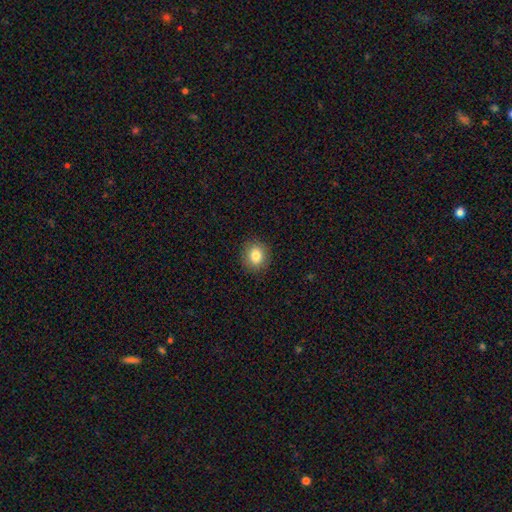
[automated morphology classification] smooth 82%, star or artifact 10%, featured or disk 8%. Down the decision tree: how rounded — round (78%); merging — none (89%).